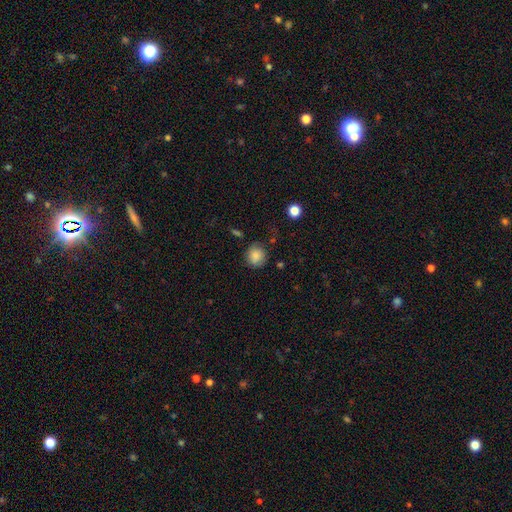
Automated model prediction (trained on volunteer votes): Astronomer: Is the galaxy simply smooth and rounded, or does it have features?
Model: smooth — 85%.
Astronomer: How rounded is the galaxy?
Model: round — 82%.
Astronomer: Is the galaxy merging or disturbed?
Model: none — 76%.